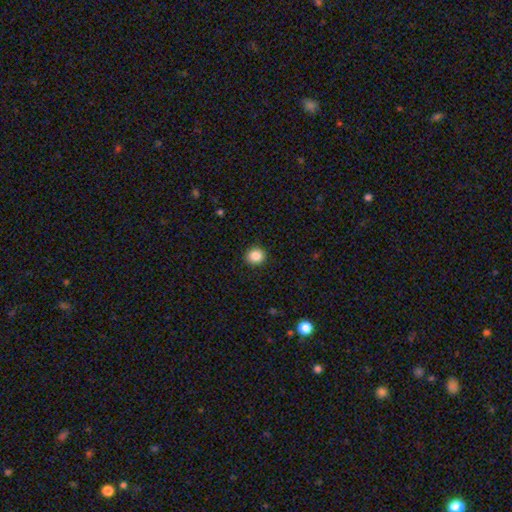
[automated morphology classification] This appears to be a smooth galaxy with no disk features (86%) that is round (85%). Merging: none (91%).